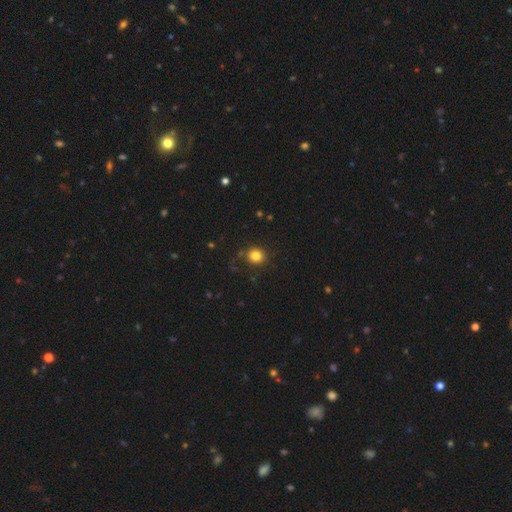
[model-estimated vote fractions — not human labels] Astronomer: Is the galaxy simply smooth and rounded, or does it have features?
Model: smooth — 83%.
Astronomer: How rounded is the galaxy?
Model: round — 86%.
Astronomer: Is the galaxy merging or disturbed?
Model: none — 83%.